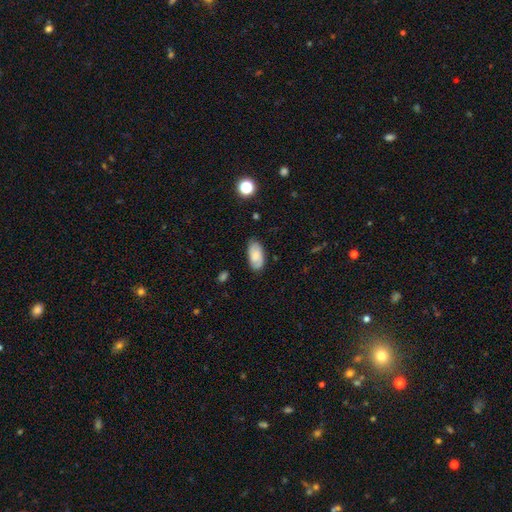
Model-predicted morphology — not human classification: smooth-or-featured: smooth: 65% | featured or disk: 27% | star or artifact: 8%
  how-rounded: in between: 93% | cigar-shaped: 4% | round: 3%
  merging: none: 78% | minor disturbance: 16% | major disturbance: 4% | merger: 1%